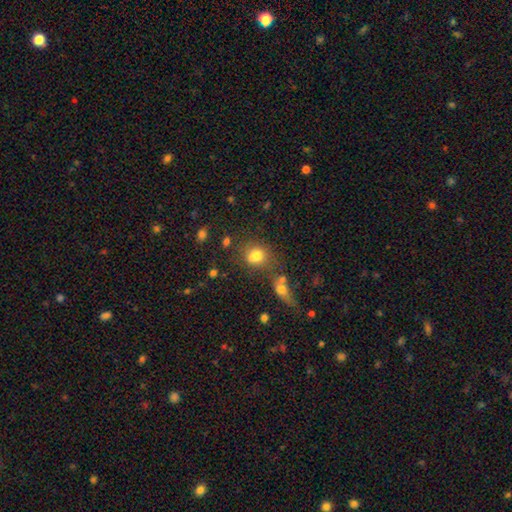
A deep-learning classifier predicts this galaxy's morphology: This appears to be a smooth galaxy with no disk features (75%) that is round (62%). Merging: none (49%).